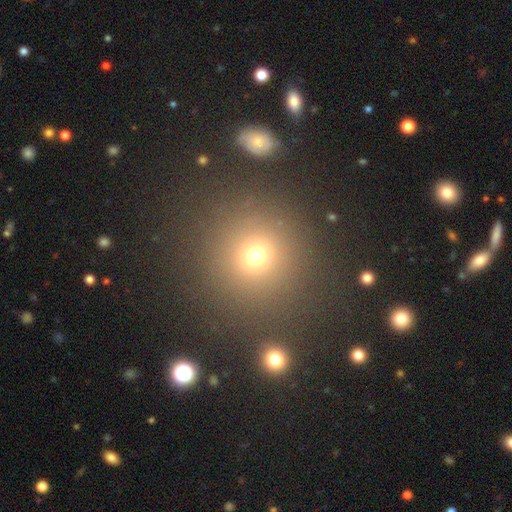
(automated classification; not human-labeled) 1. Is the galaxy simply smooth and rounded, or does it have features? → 70% smooth, 21% star or artifact, 9% featured or disk.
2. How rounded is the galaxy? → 92% round, 7% in between, 1% cigar-shaped.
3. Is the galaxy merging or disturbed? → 84% none, 7% minor disturbance, 4% merger, 4% major disturbance.